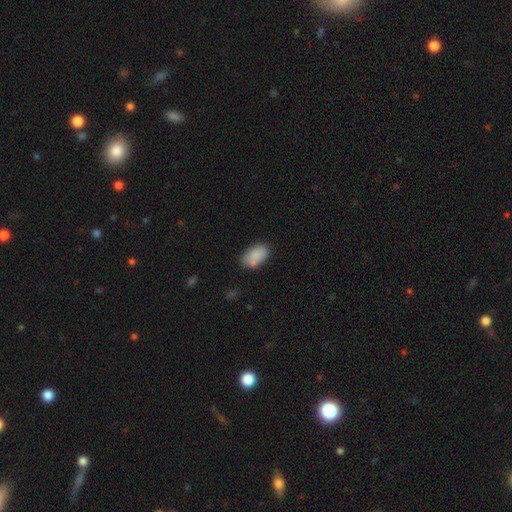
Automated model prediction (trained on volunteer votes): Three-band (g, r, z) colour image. It shows a smooth galaxy with no disk features (85%) that is in between round and cigar-shaped (92%). Merging: none (69%).